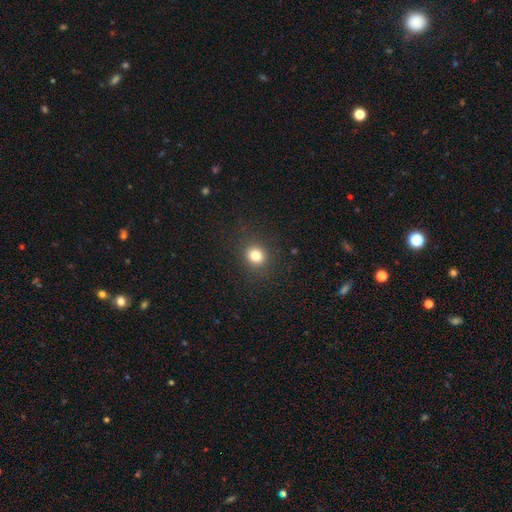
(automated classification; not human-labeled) A smooth galaxy with no disk features (81%) that is round (78%).

Vote fractions:
- Smooth or featured? smooth: 81% / star or artifact: 13% / featured or disk: 6%
- How rounded? round: 78% / in between: 21% / cigar-shaped: 1%
- Merging? none: 88% / minor disturbance: 8% / major disturbance: 3% / merger: 1%